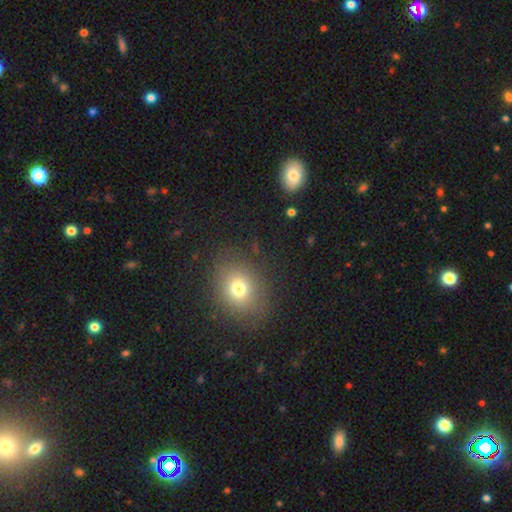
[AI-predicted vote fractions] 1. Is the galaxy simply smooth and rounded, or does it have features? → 63% smooth, 27% star or artifact, 10% featured or disk.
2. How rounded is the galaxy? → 64% round, 35% in between, 1% cigar-shaped.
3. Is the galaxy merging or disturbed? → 89% none, 7% minor disturbance, 3% major disturbance, 1% merger.